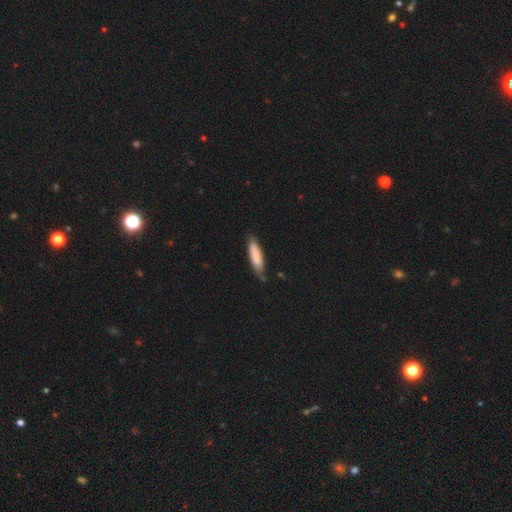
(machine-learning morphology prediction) type=smooth (78%); roundness=cigar-shaped (73%); merging=none (73%).